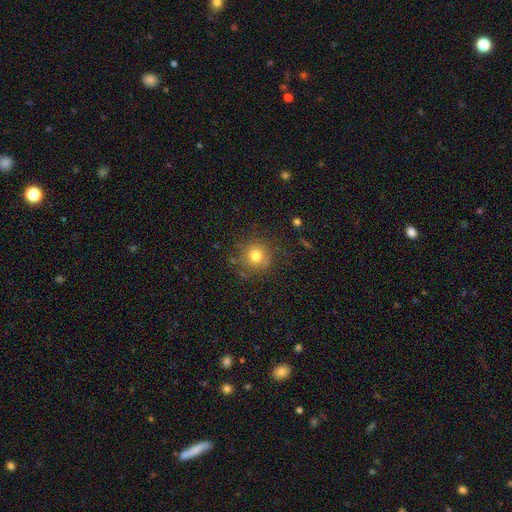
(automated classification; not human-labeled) Q: Smooth or featured?
A: smooth (74%); runner-up: star or artifact (14%)
Q: How rounded?
A: round (93%); runner-up: in between (6%)
Q: Merging?
A: none (79%); runner-up: minor disturbance (13%)